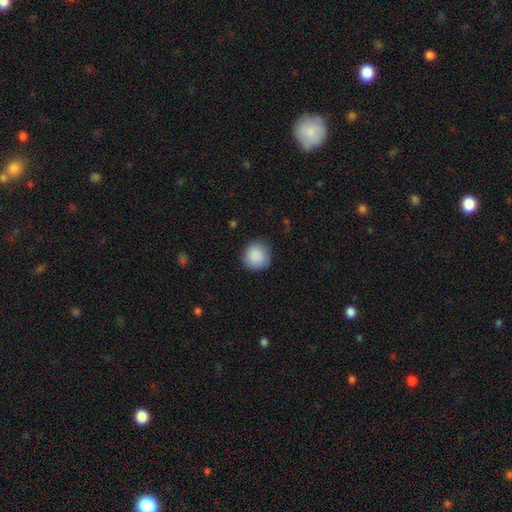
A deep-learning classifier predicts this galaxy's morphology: Smooth or featured? smooth (89%)
How rounded? round (94%)
Merging? none (87%)